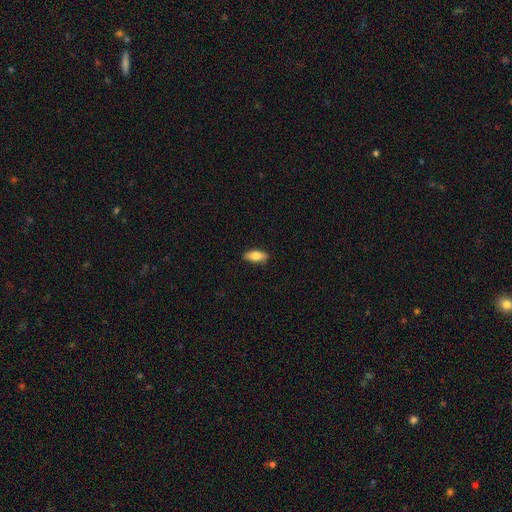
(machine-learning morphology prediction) type=smooth (80%); roundness=in between (83%); merging=none (86%).